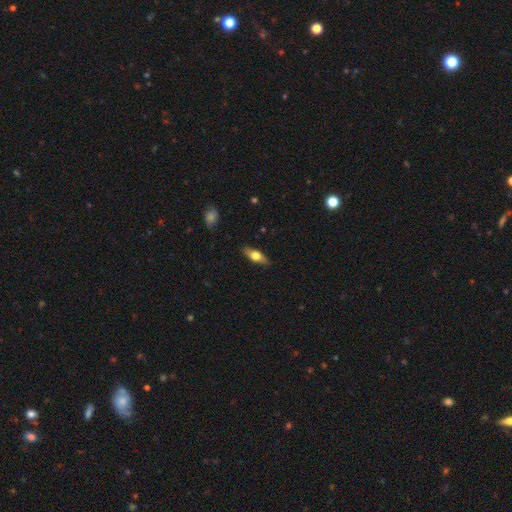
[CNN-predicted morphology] smooth_or_featured: smooth (p=0.57) [alt: featured or disk p=0.37]
how_rounded: in between (p=0.67) [alt: cigar-shaped p=0.29]
merging: none (p=0.87) [alt: minor disturbance p=0.10]